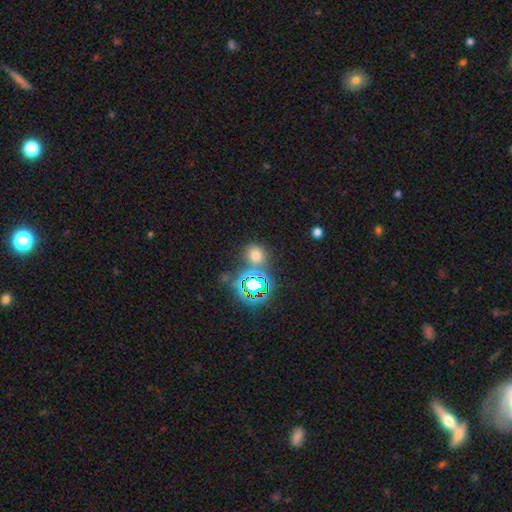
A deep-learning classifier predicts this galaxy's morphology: Q: Smooth or featured?
A: smooth (62%); runner-up: star or artifact (32%)
Q: How rounded?
A: round (77%); runner-up: in between (22%)
Q: Merging?
A: none (74%); runner-up: merger (12%)